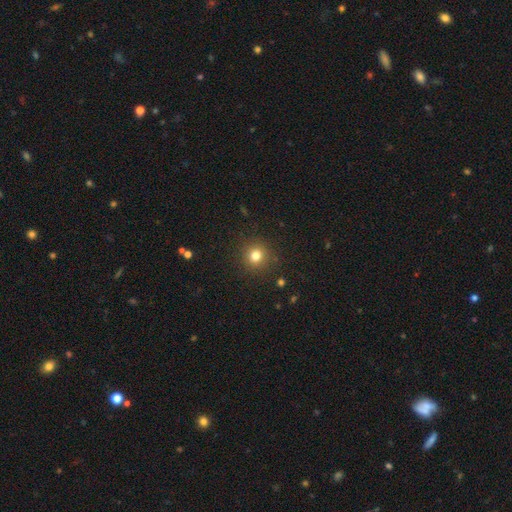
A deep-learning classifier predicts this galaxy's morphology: This is likely a smooth galaxy (80%). How rounded: clearly round (91%). Merging: clearly none (91%).